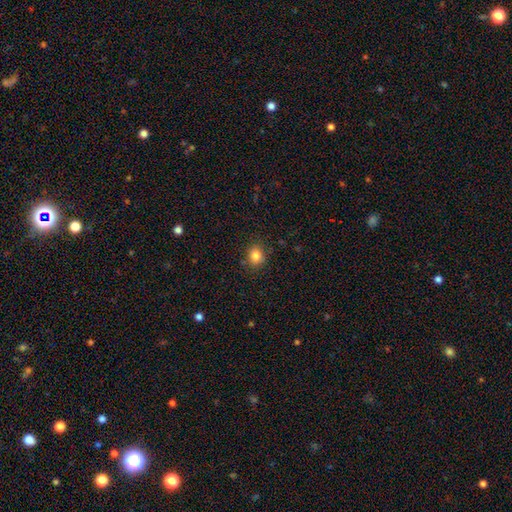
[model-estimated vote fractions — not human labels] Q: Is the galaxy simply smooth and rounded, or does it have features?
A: smooth — 84%.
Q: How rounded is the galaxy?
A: round — 71%.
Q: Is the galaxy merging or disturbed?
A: none — 83%.